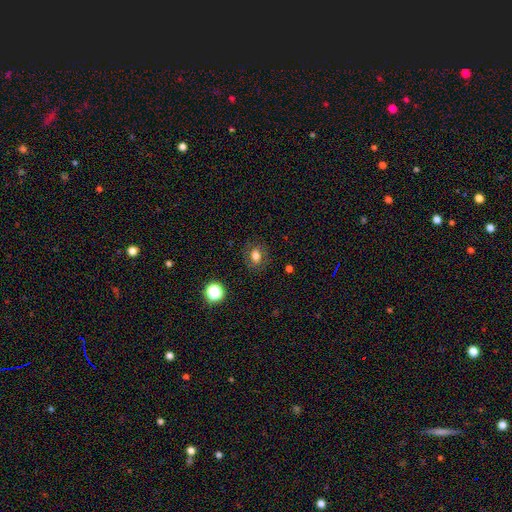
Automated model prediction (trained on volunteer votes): Overall: smooth (70%). How rounded: round (59%; in between 40%). Merging: none (83%).